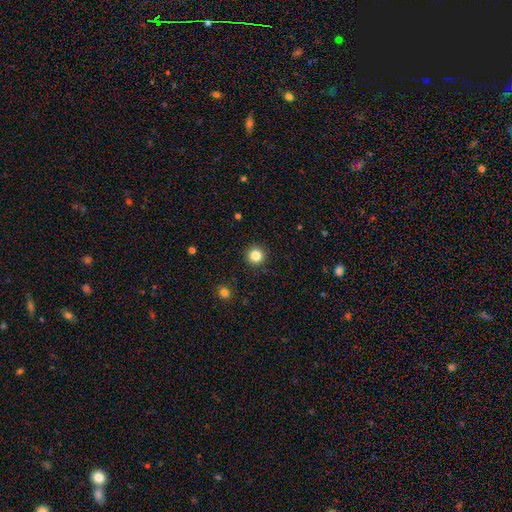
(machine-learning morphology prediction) This appears to be a smooth galaxy with no disk features (83%) that is round (95%). Merging: none (92%).